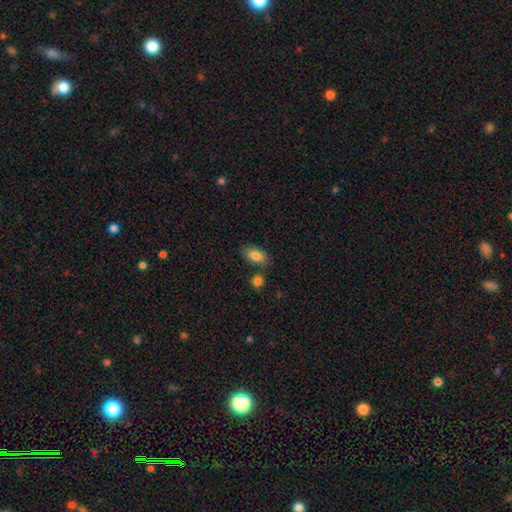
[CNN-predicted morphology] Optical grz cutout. It shows a smooth galaxy with no disk features (84%) that is in between round and cigar-shaped (91%). Merging: none (75%).